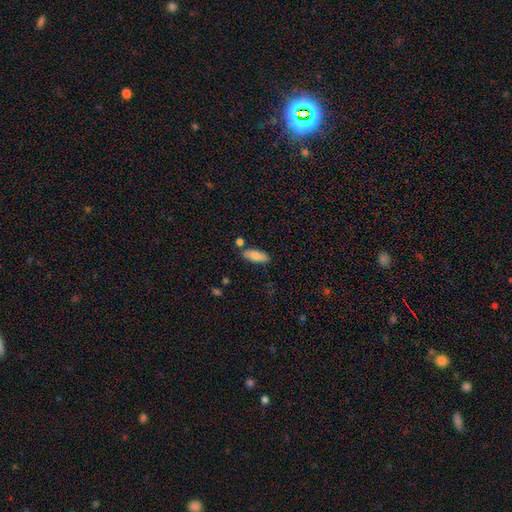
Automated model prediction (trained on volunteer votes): smooth_or_featured: smooth (p=0.82) [alt: featured or disk p=0.12]
how_rounded: in between (p=0.75) [alt: cigar-shaped p=0.22]
merging: none (p=0.77) [alt: minor disturbance p=0.13]